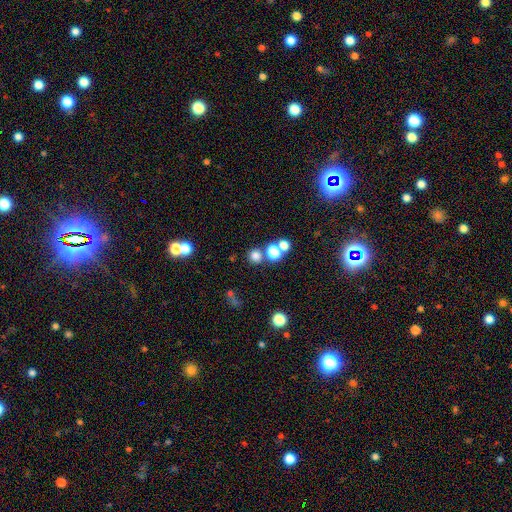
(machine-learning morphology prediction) A smooth galaxy with no disk features (73%) that is round (92%). Merging: none (74%).